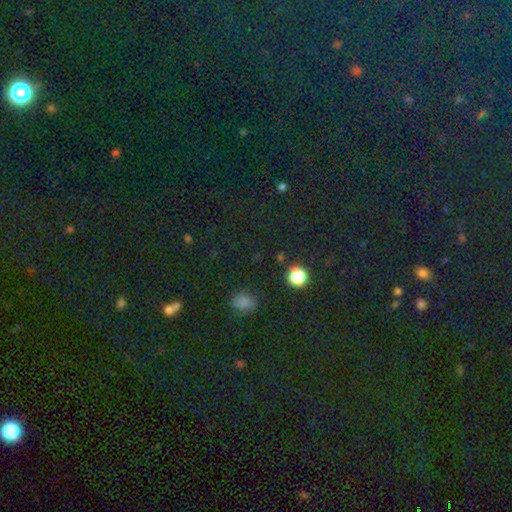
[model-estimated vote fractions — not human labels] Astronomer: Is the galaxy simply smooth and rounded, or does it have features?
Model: star or artifact — 60%.